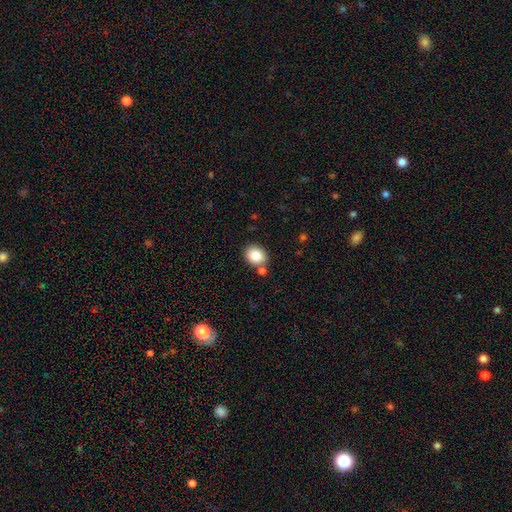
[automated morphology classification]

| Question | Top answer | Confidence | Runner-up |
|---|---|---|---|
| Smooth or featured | smooth | 84% | star or artifact (9%) |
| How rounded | round | 50% | in between (49%) |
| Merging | none | 76% | merger (11%) |